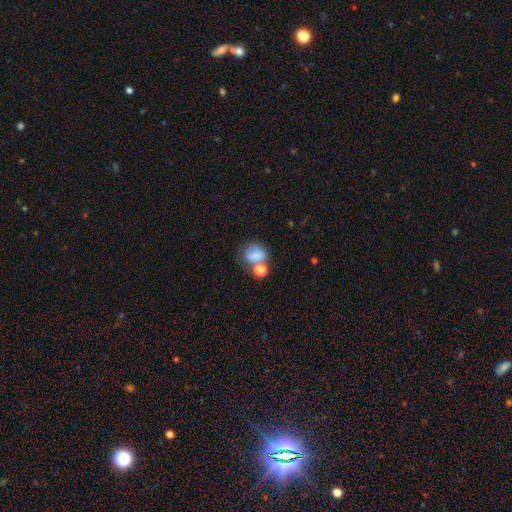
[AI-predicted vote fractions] Smooth or featured? smooth (74%)
How rounded? round (57%)
Merging? none (41%)